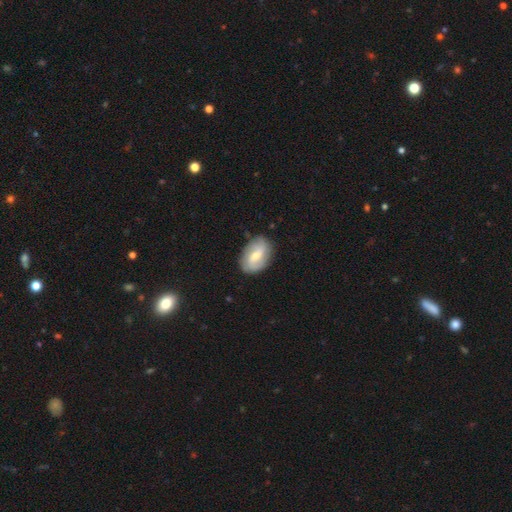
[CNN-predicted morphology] Q: Smooth or featured?
A: featured or disk (57%); runner-up: smooth (37%)
Q: Edge-on disk?
A: no (95%); runner-up: yes (5%)
Q: Bar?
A: weak (54%); runner-up: no (26%)
Q: Spiral arms?
A: yes (81%); runner-up: no (19%)
Q: Bulge size?
A: moderate (53%); runner-up: small (41%)
Q: Merging?
A: none (80%); runner-up: minor disturbance (15%)